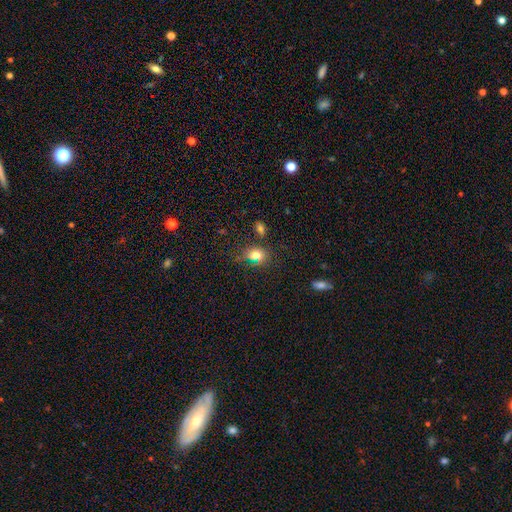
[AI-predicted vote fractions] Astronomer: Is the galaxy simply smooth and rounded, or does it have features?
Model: smooth — 76%.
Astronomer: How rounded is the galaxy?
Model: in between — 54% (runner-up: round, 44%).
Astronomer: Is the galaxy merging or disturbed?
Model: none — 65%.